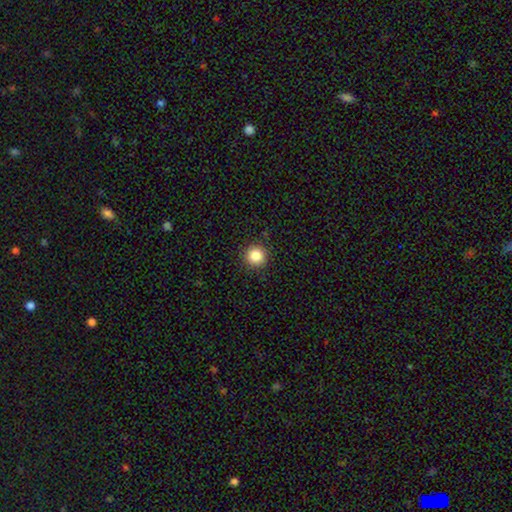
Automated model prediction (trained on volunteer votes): smooth 84%, star or artifact 11%, featured or disk 5%. Down the decision tree: how rounded — round (95%); merging — none (91%).